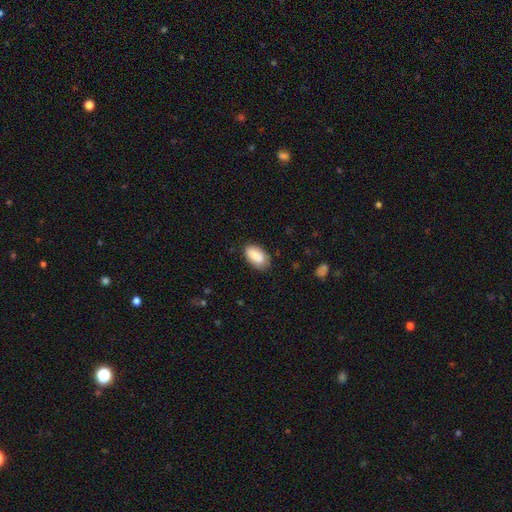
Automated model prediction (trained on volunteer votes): Smooth or featured? smooth (84%)
How rounded? in between (94%)
Merging? none (77%)